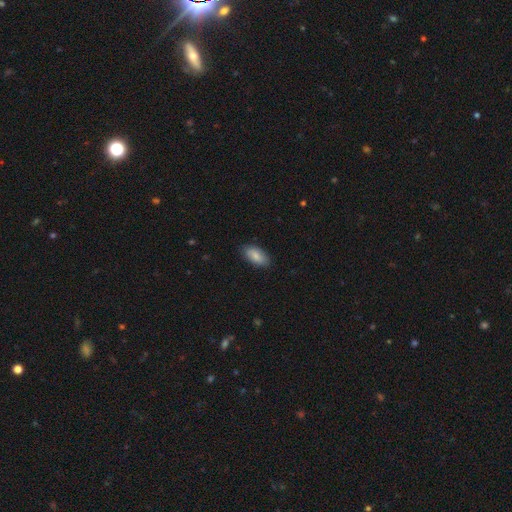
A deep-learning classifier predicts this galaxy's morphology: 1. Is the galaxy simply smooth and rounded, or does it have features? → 85% smooth, 9% featured or disk, 6% star or artifact.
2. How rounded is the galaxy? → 92% in between, 6% cigar-shaped, 2% round.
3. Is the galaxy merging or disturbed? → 86% none, 11% minor disturbance, 2% major disturbance, 1% merger.